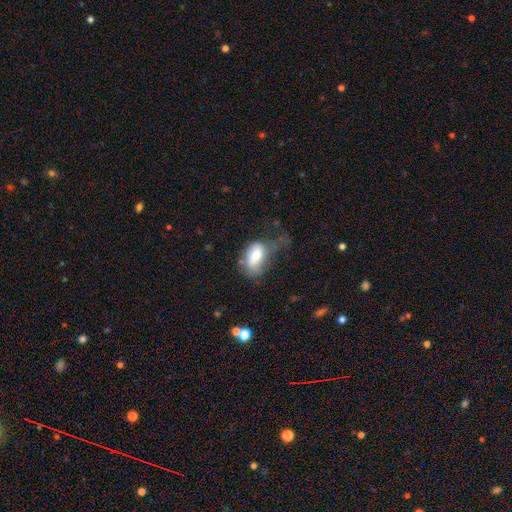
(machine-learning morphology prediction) Smooth or featured? smooth (70%)
How rounded? in between (89%)
Merging? major disturbance (42%)